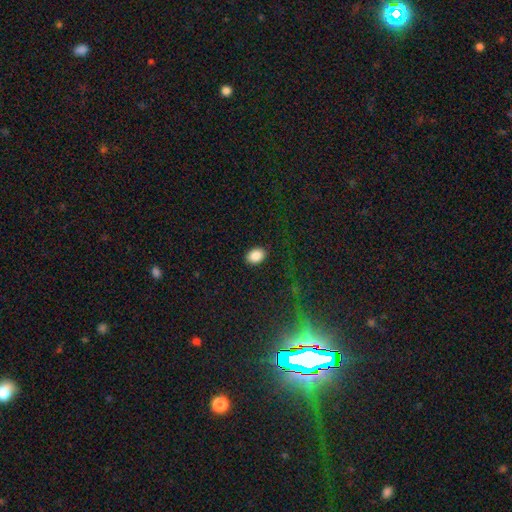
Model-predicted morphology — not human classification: smooth_or_featured: smooth (p=0.88) [alt: star or artifact p=0.08]
how_rounded: in between (p=0.75) [alt: round p=0.24]
merging: none (p=0.89) [alt: minor disturbance p=0.08]